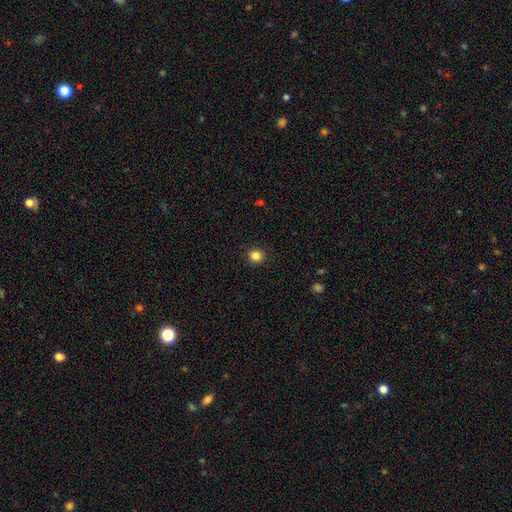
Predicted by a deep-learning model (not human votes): A smooth galaxy with no disk features (84%) that is round (93%). Merging: none (93%).